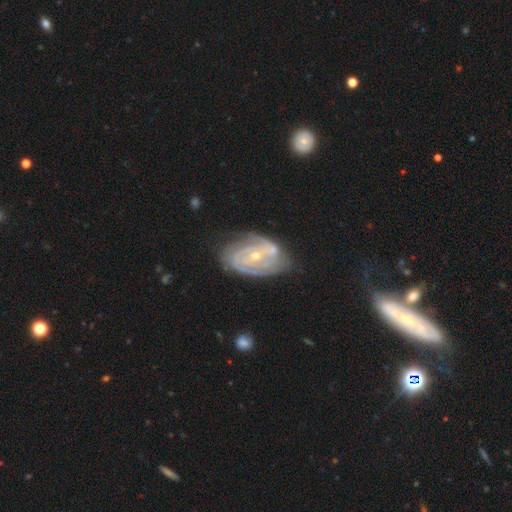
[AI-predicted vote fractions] smooth-or-featured: featured or disk: 85% | smooth: 9% | star or artifact: 6%
  disk-edge-on: no: 96% | yes: 4%
    bar: no: 47% | weak: 37% | strong: 16%
    has-spiral-arms: yes: 93% | no: 7%
      spiral-winding: tight: 66% | medium: 27% | loose: 7%
      spiral-arm-count: 2: 40% | can't tell: 26% | 3: 19% | 4: 7% | 1: 4% | more than 4: 4%
    bulge-size: small: 64% | moderate: 34% | large: 1% | none: 1% | dominant: 1%
  merging: none: 62% | minor disturbance: 22% | major disturbance: 8% | merger: 8%